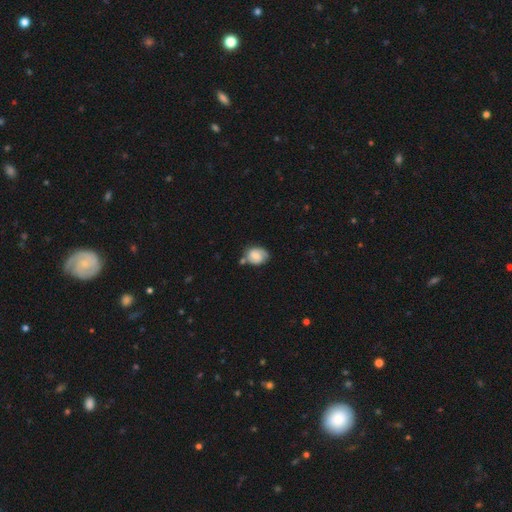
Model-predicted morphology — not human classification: Smooth or featured: smooth — 58% (featured or disk — 34%)
How rounded: in between — 52% (round — 47%)
Merging: none — 59% (minor disturbance — 23%)